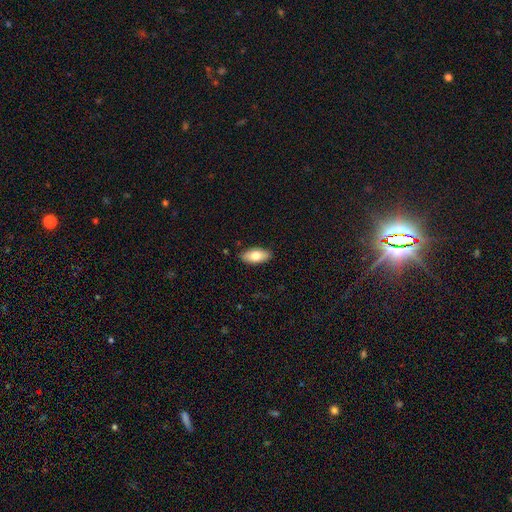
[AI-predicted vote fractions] The model was most divided on "smooth or featured": smooth: 76%, featured or disk: 18%, star or artifact: 6%. More confident: how rounded — in between (89%); merging — none (88%).